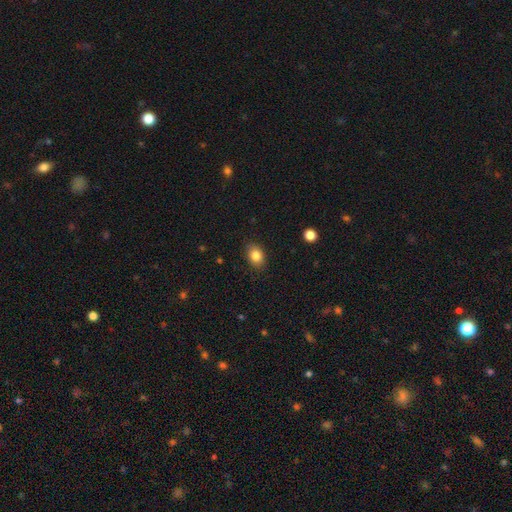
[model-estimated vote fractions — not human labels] Smooth or featured?
  - smooth: 84% *
  - star or artifact: 9%
  - featured or disk: 7%
How rounded?
  - in between: 74% *
  - round: 25%
  - cigar-shaped: 1%
Merging?
  - none: 85% *
  - minor disturbance: 11%
  - major disturbance: 3%
  - merger: 1%